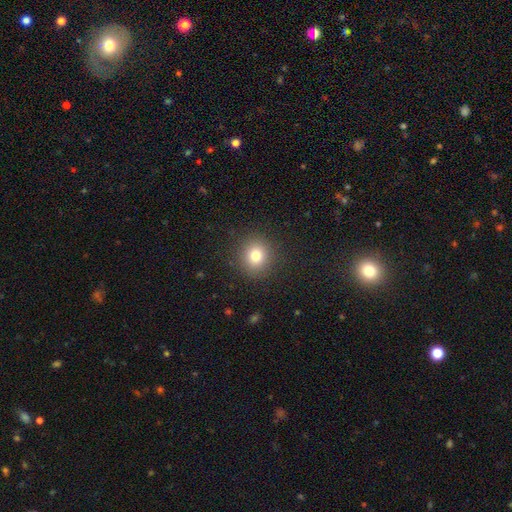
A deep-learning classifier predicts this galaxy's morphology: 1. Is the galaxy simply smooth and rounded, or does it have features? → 79% smooth, 13% star or artifact, 9% featured or disk.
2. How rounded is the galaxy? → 86% round, 13% in between, 1% cigar-shaped.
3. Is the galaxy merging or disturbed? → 90% none, 6% minor disturbance, 3% major disturbance, 1% merger.